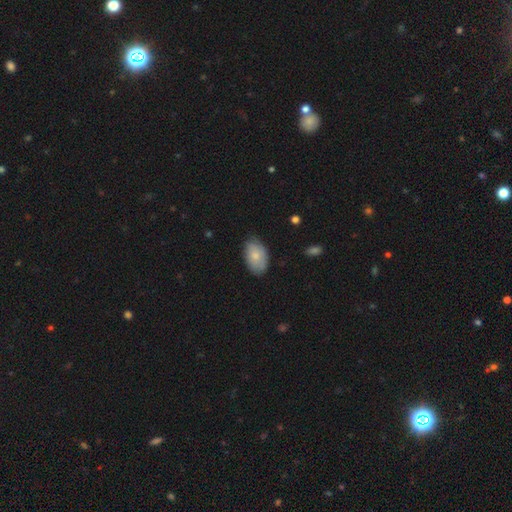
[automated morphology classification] smooth 78%, featured or disk 17%, star or artifact 6%. Down the decision tree: how rounded — in between (91%); merging — none (74%).